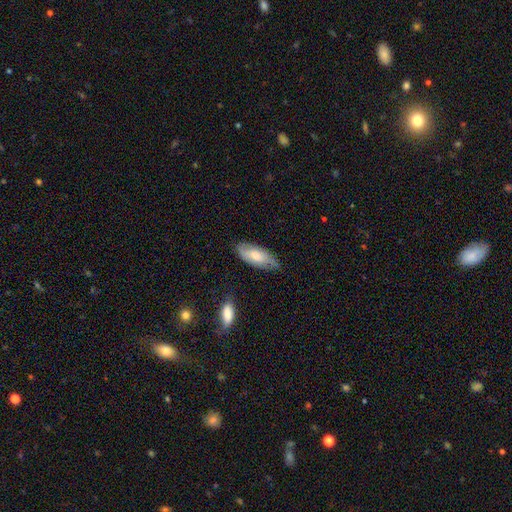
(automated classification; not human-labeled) smooth_or_featured: smooth (p=0.61) [alt: featured or disk p=0.32]
how_rounded: in between (p=0.80) [alt: cigar-shaped p=0.17]
merging: none (p=0.65) [alt: minor disturbance p=0.28]